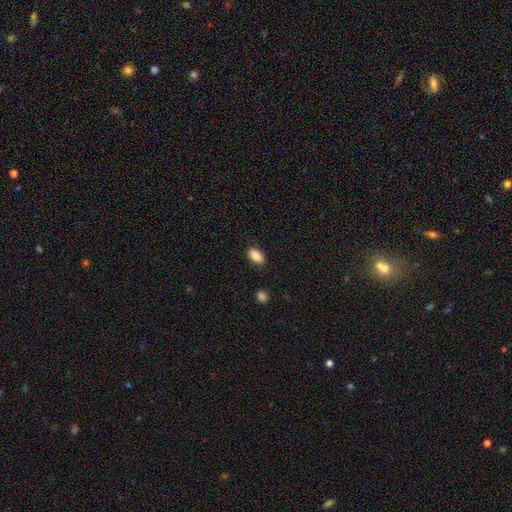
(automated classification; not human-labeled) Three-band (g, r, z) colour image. It shows a smooth galaxy with no disk features (84%) that is in between round and cigar-shaped (91%). Merging: none (86%).